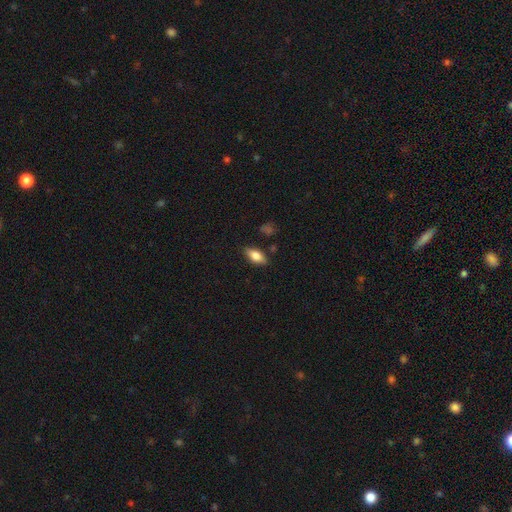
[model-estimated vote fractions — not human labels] Overall: smooth (79%). How rounded: in between (87%). Merging: none (83%).